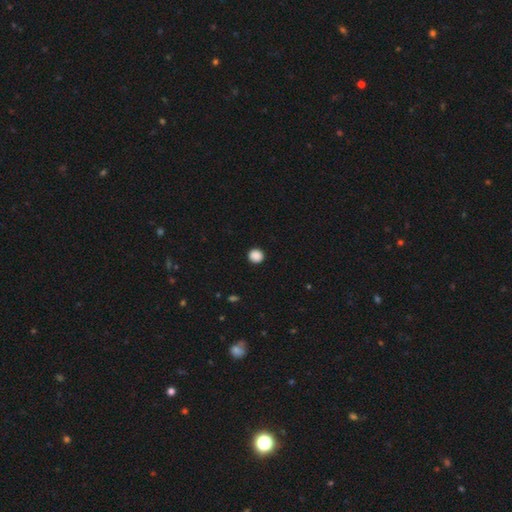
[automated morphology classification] Overall: smooth (89%). How rounded: round (92%). Merging: none (93%).